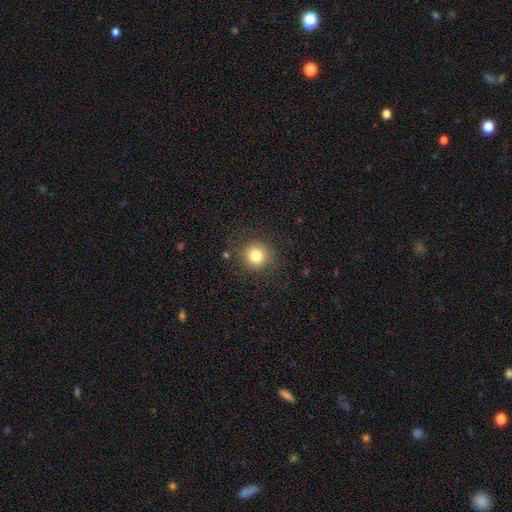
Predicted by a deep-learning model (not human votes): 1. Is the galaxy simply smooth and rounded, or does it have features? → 81% smooth, 12% star or artifact, 7% featured or disk.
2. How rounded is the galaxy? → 92% round, 7% in between, 1% cigar-shaped.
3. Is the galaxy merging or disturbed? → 86% none, 9% minor disturbance, 4% major disturbance, 1% merger.